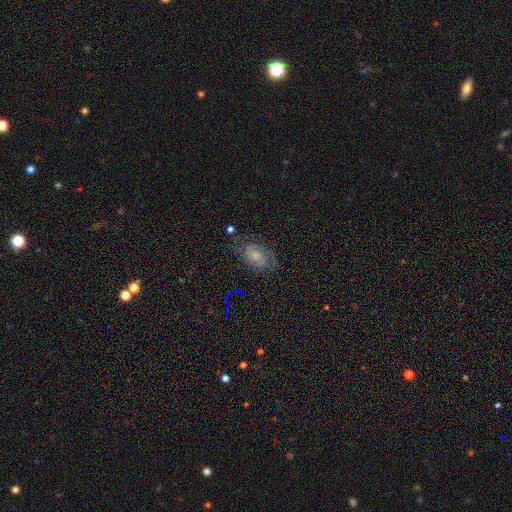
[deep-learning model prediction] smooth-or-featured: featured or disk: 49% | smooth: 36% | star or artifact: 15%
  merging: none: 65% | minor disturbance: 22% | major disturbance: 12% | merger: 2%